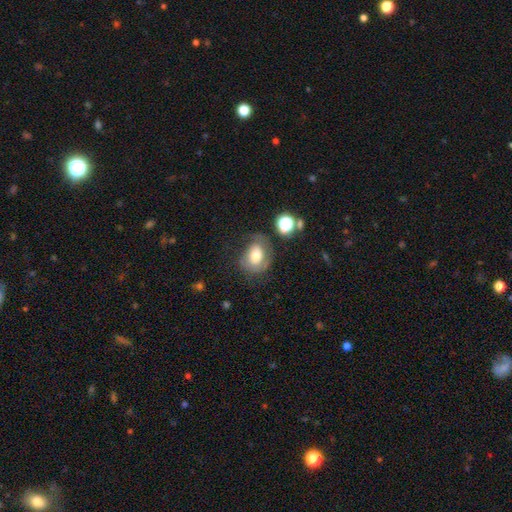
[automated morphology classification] A smooth galaxy with no disk features (50%).

Vote fractions:
- Smooth or featured? smooth: 50% / featured or disk: 40% / star or artifact: 11%
- Merging? none: 47% / minor disturbance: 26% / major disturbance: 22% / merger: 4%